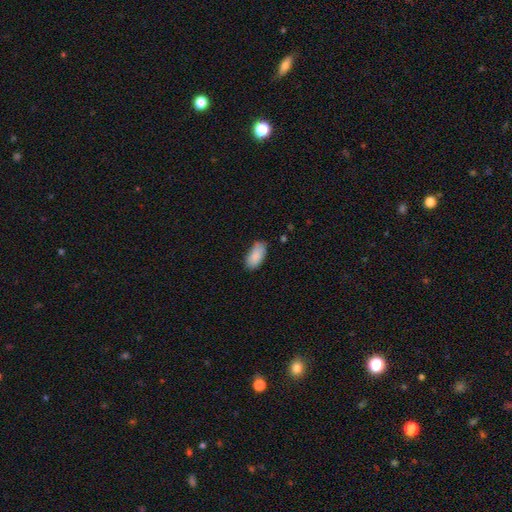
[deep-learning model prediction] Smooth or featured? smooth (87%)
How rounded? in between (94%)
Merging? none (72%)